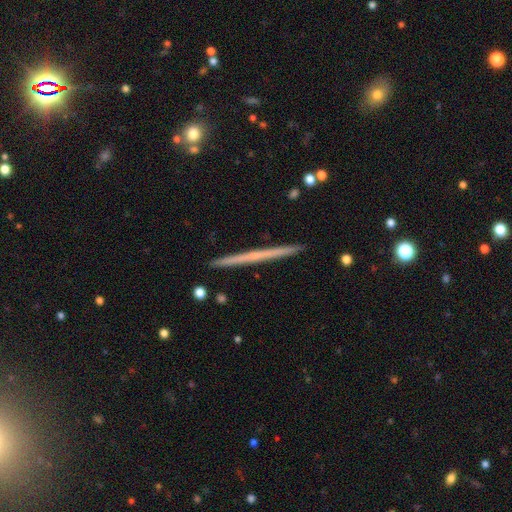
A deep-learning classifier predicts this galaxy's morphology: This is likely a featured or disk galaxy (63%). It is clearly viewed edge-on (98%). Edge-on bulge: clearly none (81%). Merging: clearly none (92%).